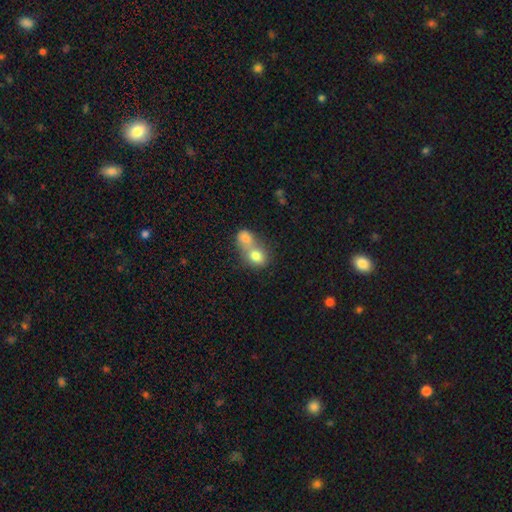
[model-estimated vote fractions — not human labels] Smooth or featured? smooth (77%)
How rounded? round (50%)
Merging? merger (73%)